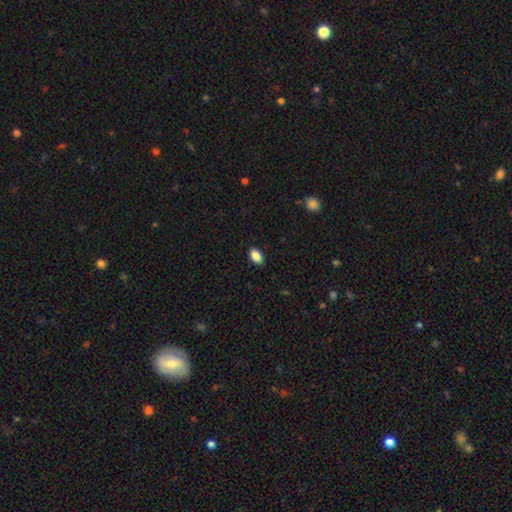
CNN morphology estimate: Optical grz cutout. It shows a smooth galaxy with no disk features (88%) that is in between round and cigar-shaped (91%). Merging: none (89%).